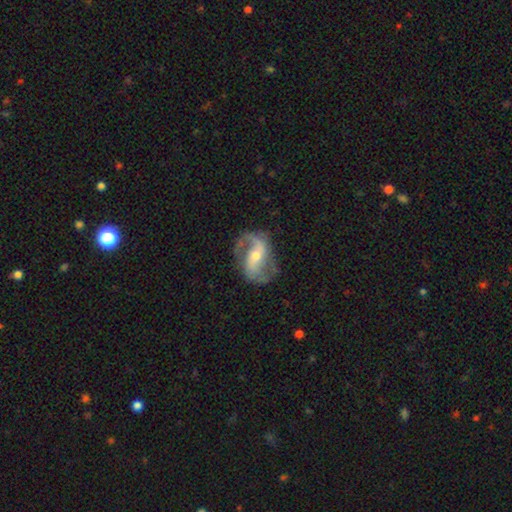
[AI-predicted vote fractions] This appears to be a featured or disk galaxy (86%) with a weak bar (41%), 2 (87%) loose (49%) spiral arms (94%) and a moderate central bulge (54%). Merging: none (71%).